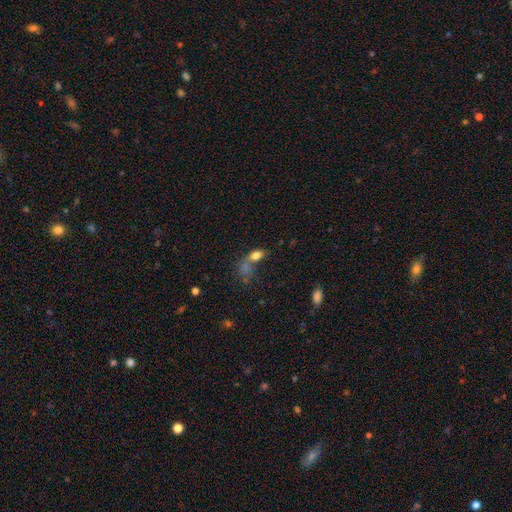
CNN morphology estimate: Smooth or featured? smooth (79%)
How rounded? in between (86%)
Merging? none (39%)